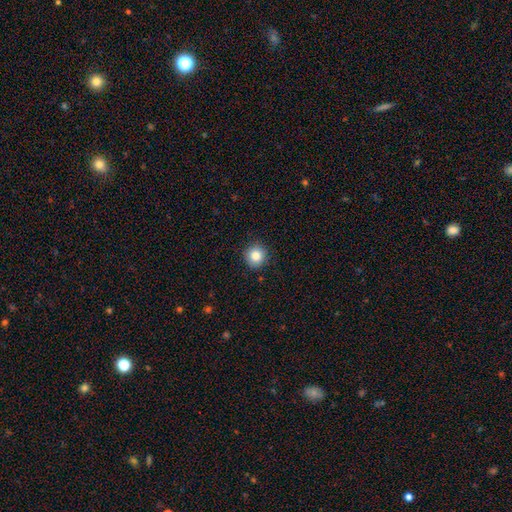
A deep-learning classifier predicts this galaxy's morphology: Smooth or featured? Predicted: smooth (p=0.85). How rounded? Predicted: round (p=0.92). Merging? Predicted: none (p=0.90).